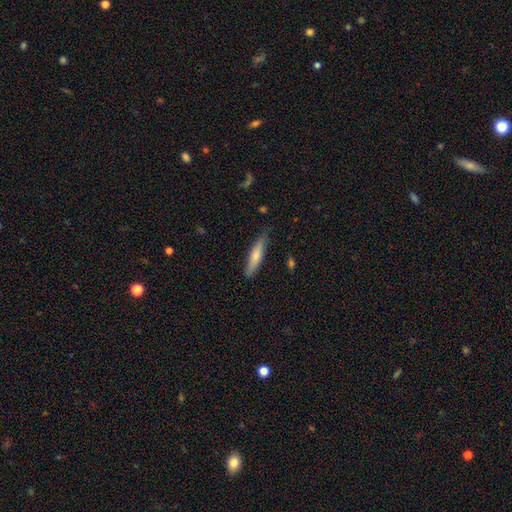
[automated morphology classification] Overall: smooth (70%). How rounded: cigar-shaped (82%). Merging: none (82%).